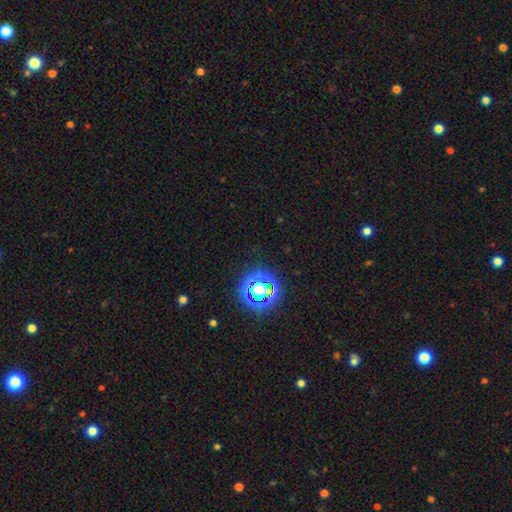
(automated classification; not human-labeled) This appears to be a star or artifact, not a galaxy (78%).